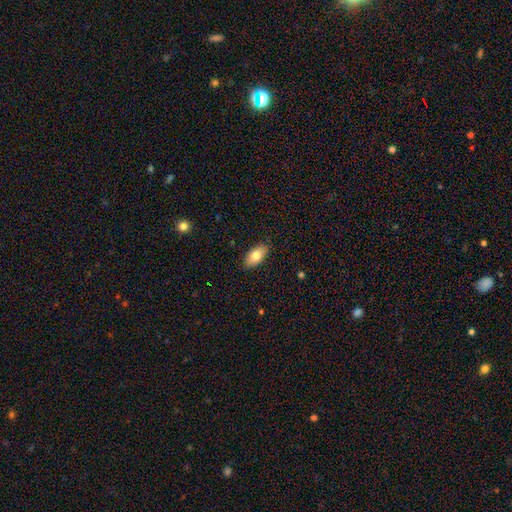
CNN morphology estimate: Smooth or featured: smooth — 79% (featured or disk — 15%)
How rounded: in between — 91% (cigar-shaped — 6%)
Merging: none — 88% (minor disturbance — 9%)